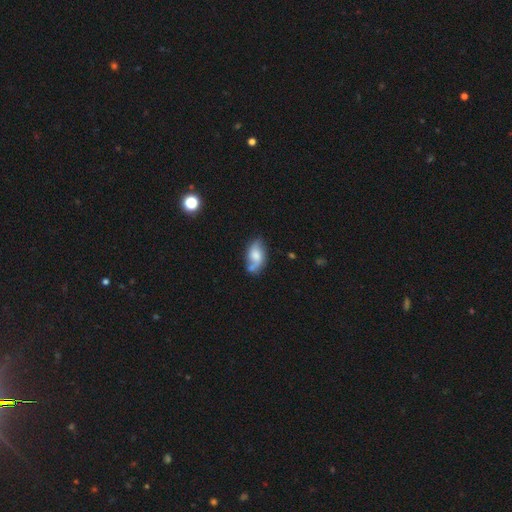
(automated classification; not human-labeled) Smooth or featured? Predicted: featured or disk (p=0.51). Edge-on disk? Predicted: no (p=0.93). Merging? Predicted: none (p=0.52).